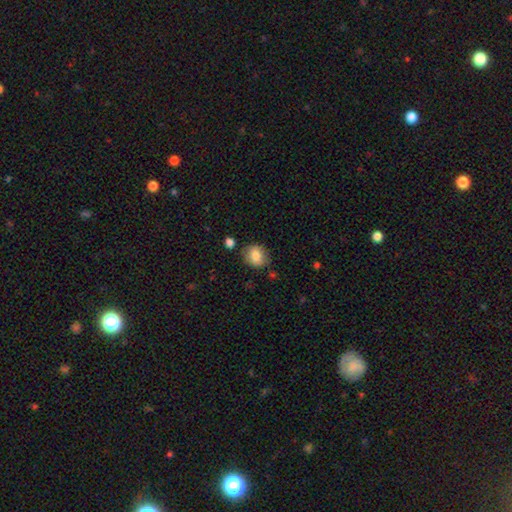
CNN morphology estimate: Q: Smooth or featured?
A: smooth (81%); runner-up: featured or disk (11%)
Q: How rounded?
A: round (65%); runner-up: in between (34%)
Q: Merging?
A: none (77%); runner-up: minor disturbance (15%)